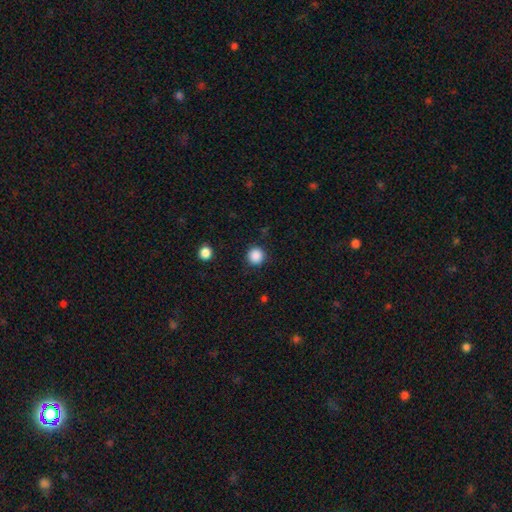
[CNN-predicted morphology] Overall: smooth (87%). How rounded: round (94%). Merging: none (90%).